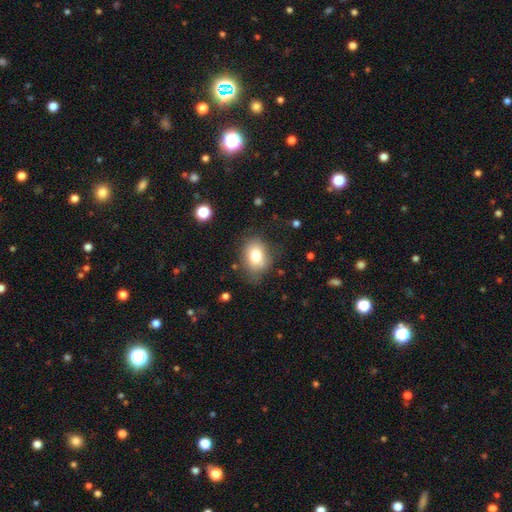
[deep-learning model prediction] Smooth or featured: smooth — 78% (featured or disk — 13%)
How rounded: in between — 64% (round — 35%)
Merging: none — 69% (minor disturbance — 21%)